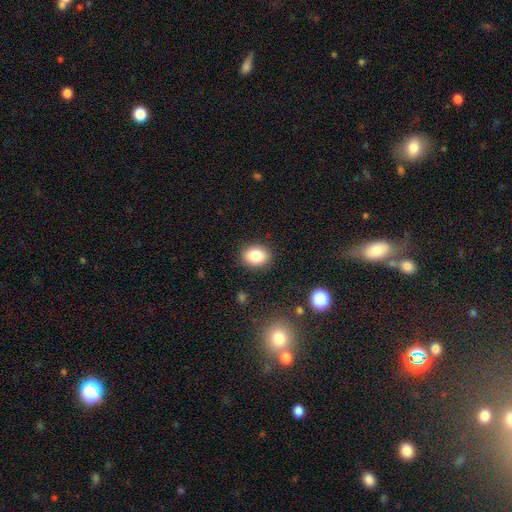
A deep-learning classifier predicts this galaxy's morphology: This is clearly a smooth galaxy (83%). How rounded: possibly in between (59%). Merging: clearly none (88%).